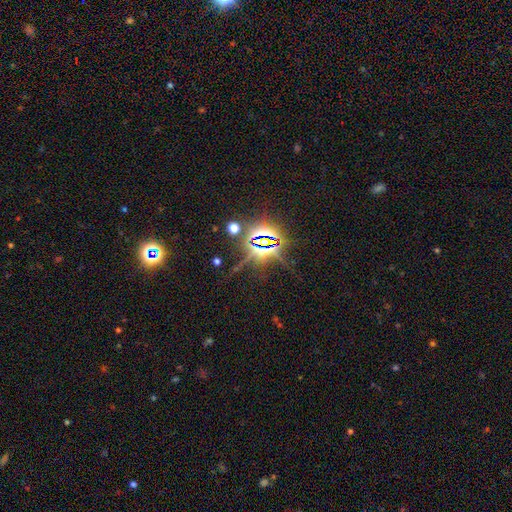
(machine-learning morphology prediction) star or artifact 81%, featured or disk 10%, smooth 9%.